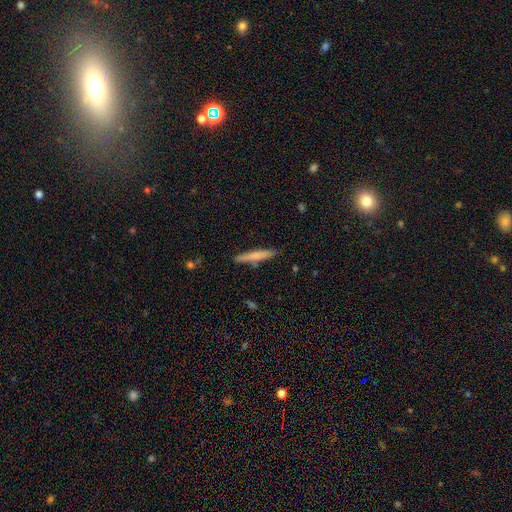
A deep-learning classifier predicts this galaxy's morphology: smooth 68%, featured or disk 26%, star or artifact 6%. Down the decision tree: how rounded — cigar-shaped (94%); merging — none (86%).